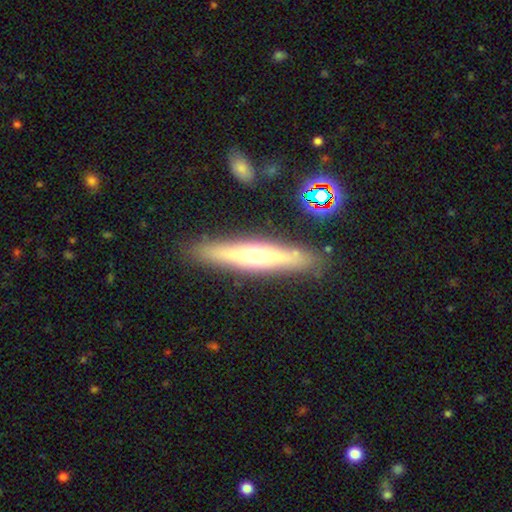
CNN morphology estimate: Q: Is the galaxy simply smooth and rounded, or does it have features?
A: featured or disk — 54%.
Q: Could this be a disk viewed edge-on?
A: yes — 88%.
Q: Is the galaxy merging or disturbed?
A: none — 86%.